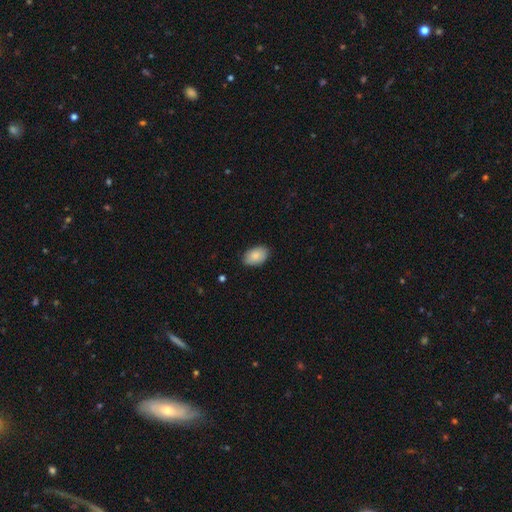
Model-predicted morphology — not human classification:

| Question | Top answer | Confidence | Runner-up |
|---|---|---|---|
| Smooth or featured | smooth | 87% | featured or disk (7%) |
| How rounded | in between | 90% | round (9%) |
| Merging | none | 84% | minor disturbance (13%) |